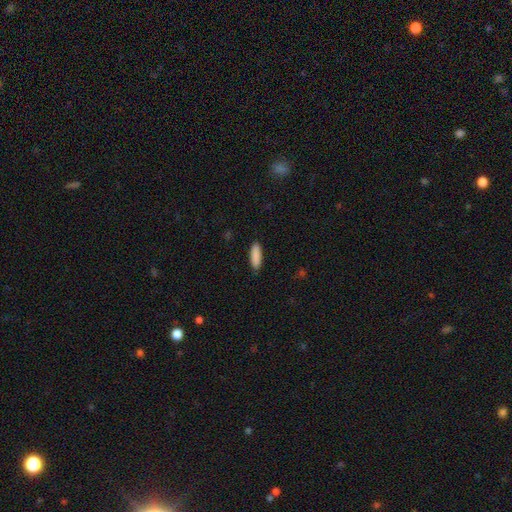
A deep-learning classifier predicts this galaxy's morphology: smooth_or_featured: smooth (p=0.90) [alt: star or artifact p=0.06]
how_rounded: cigar-shaped (p=0.52) [alt: in between p=0.47]
merging: none (p=0.88) [alt: minor disturbance p=0.10]